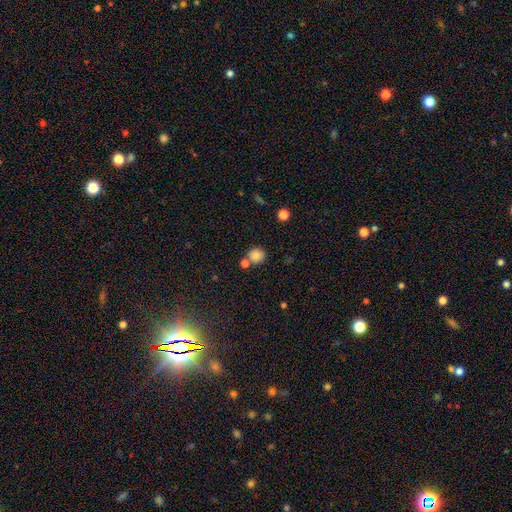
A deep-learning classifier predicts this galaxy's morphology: smooth_or_featured: smooth (p=0.84) [alt: star or artifact p=0.11]
how_rounded: round (p=0.88) [alt: in between p=0.11]
merging: none (p=0.68) [alt: merger p=0.19]